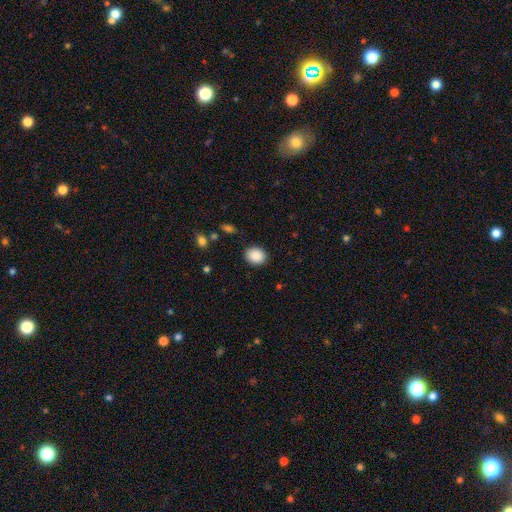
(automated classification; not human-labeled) Smooth or featured? smooth (89%)
How rounded? round (61%)
Merging? none (89%)